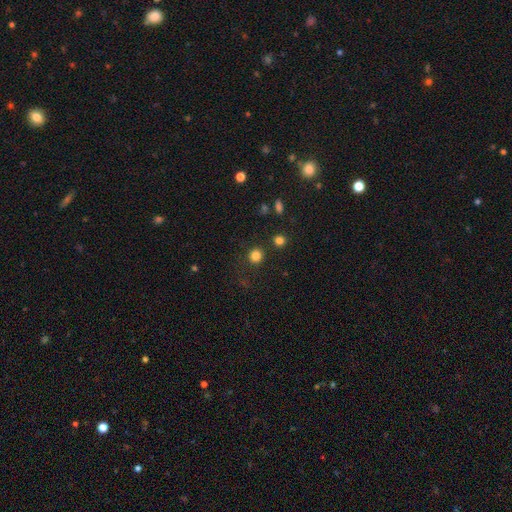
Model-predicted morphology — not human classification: Smooth or featured? Predicted: smooth (p=0.81). How rounded? Predicted: round (p=0.92). Merging? Predicted: none (p=0.86).